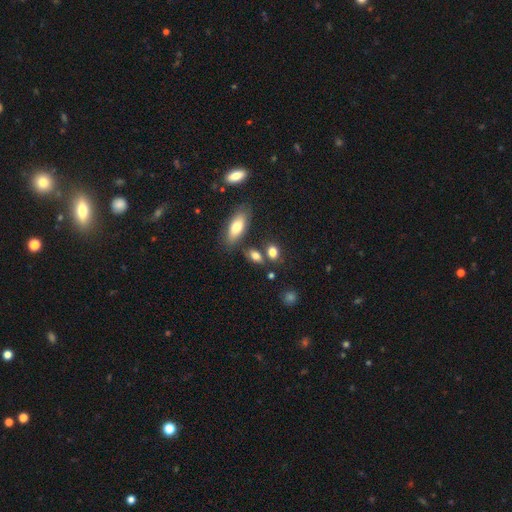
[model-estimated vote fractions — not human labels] A smooth galaxy with no disk features (79%) that is in between round and cigar-shaped (77%).

Vote fractions:
- Smooth or featured? smooth: 79% / featured or disk: 11% / star or artifact: 10%
- How rounded? in between: 77% / round: 15% / cigar-shaped: 7%
- Merging? none: 66% / merger: 16% / minor disturbance: 13% / major disturbance: 5%